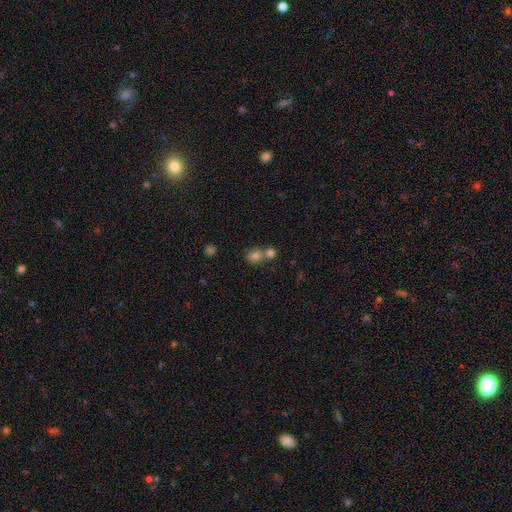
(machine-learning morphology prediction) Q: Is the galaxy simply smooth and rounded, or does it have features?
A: smooth — 77%.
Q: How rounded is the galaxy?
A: round — 68%.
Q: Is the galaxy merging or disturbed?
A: merger — 46%.